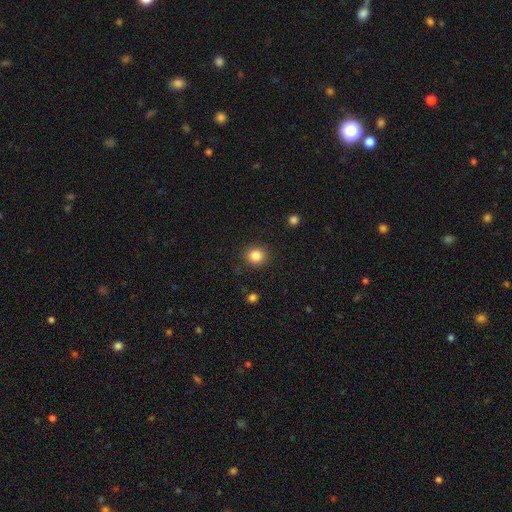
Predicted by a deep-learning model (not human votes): Smooth or featured?
  - smooth: 85% *
  - star or artifact: 10%
  - featured or disk: 5%
How rounded?
  - round: 82% *
  - in between: 17%
  - cigar-shaped: 1%
Merging?
  - none: 88% *
  - minor disturbance: 8%
  - major disturbance: 3%
  - merger: 2%